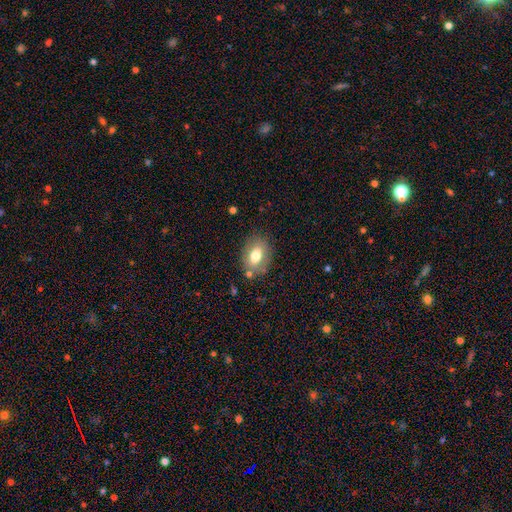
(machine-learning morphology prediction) smooth-or-featured: smooth: 71% | featured or disk: 20% | star or artifact: 8%
  how-rounded: in between: 74% | round: 25% | cigar-shaped: 1%
  merging: none: 79% | minor disturbance: 13% | major disturbance: 4% | merger: 4%